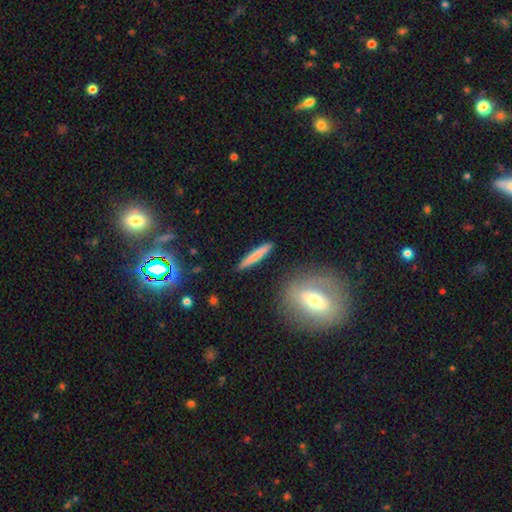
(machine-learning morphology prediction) type=smooth (72%); roundness=cigar-shaped (94%); merging=none (89%).